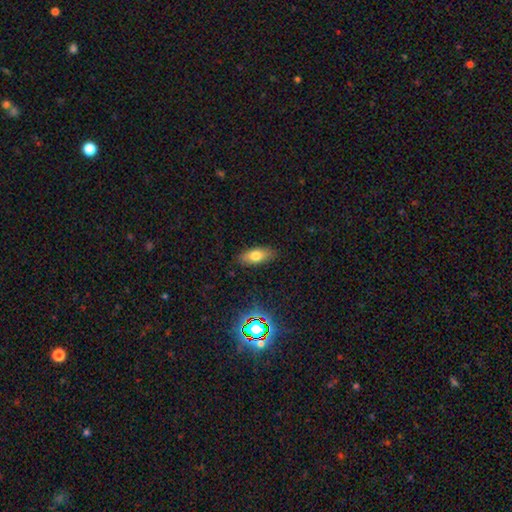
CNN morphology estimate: The model was most divided on "smooth or featured": smooth: 72%, featured or disk: 17%, star or artifact: 11%. More confident: merging — none (86%); how rounded — in between (79%).